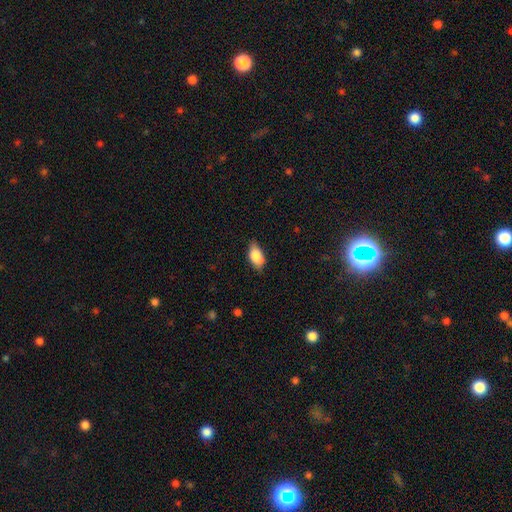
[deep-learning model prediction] A smooth galaxy with no disk features (83%) that is in between round and cigar-shaped (91%). Merging: none (75%).